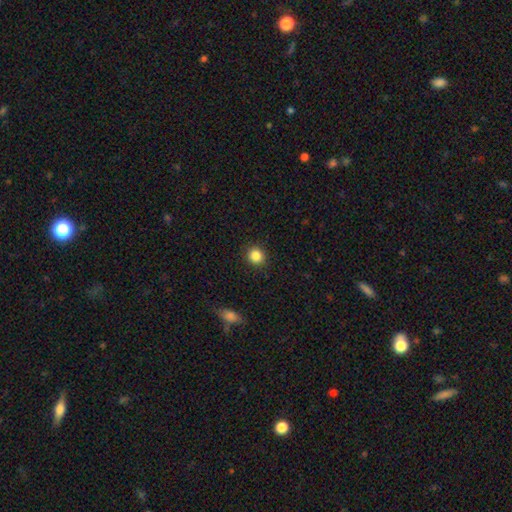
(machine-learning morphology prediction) type=smooth (86%); roundness=round (87%); merging=none (91%).